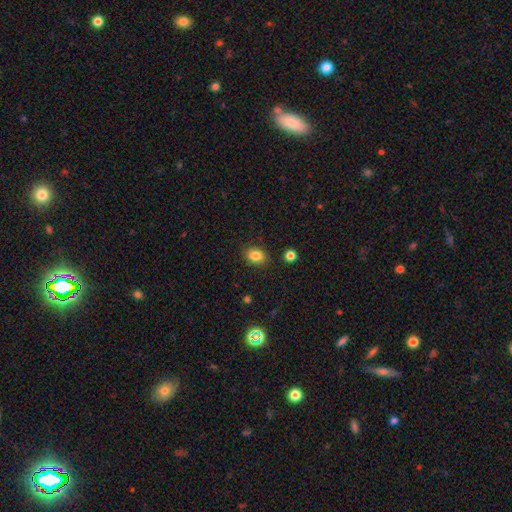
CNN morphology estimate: smooth_or_featured: smooth (p=0.84) [alt: star or artifact p=0.11]
how_rounded: in between (p=0.66) [alt: round p=0.33]
merging: none (p=0.86) [alt: minor disturbance p=0.09]